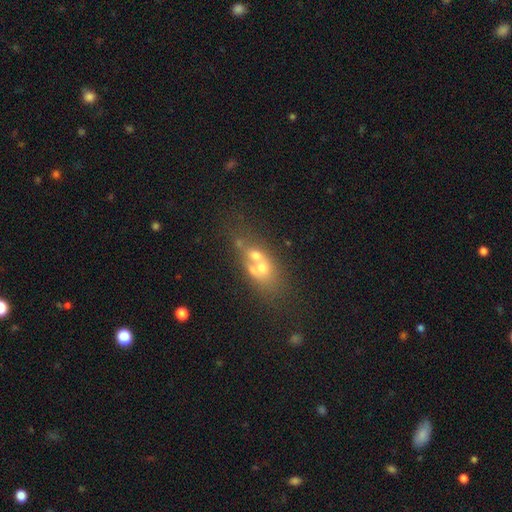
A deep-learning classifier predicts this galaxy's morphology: Q: Smooth or featured?
A: smooth (49%); runner-up: featured or disk (37%)
Q: Merging?
A: merger (63%); runner-up: none (21%)